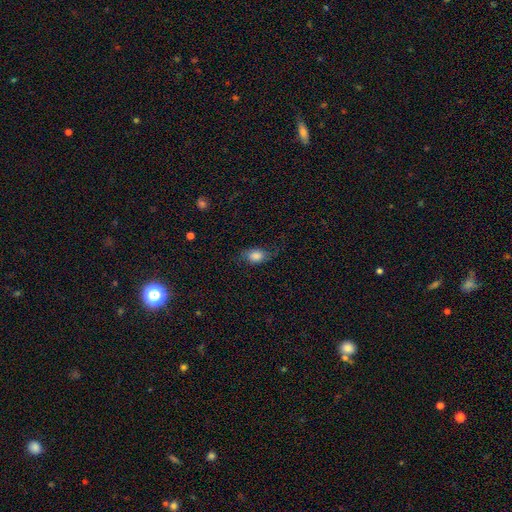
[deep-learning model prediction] A smooth galaxy with no disk features (77%) that is in between round and cigar-shaped (78%).

Vote fractions:
- Smooth or featured? smooth: 77% / featured or disk: 14% / star or artifact: 9%
- How rounded? in between: 78% / round: 20% / cigar-shaped: 3%
- Merging? none: 64% / minor disturbance: 23% / major disturbance: 12% / merger: 1%